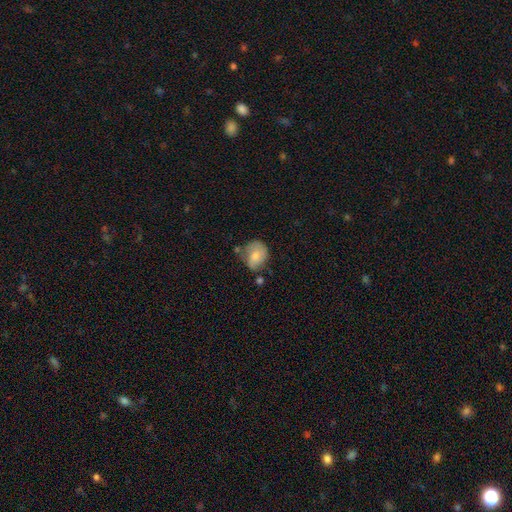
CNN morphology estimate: Q: Smooth or featured?
A: smooth (68%); runner-up: featured or disk (25%)
Q: How rounded?
A: in between (52%); runner-up: round (47%)
Q: Merging?
A: none (43%); runner-up: minor disturbance (33%)